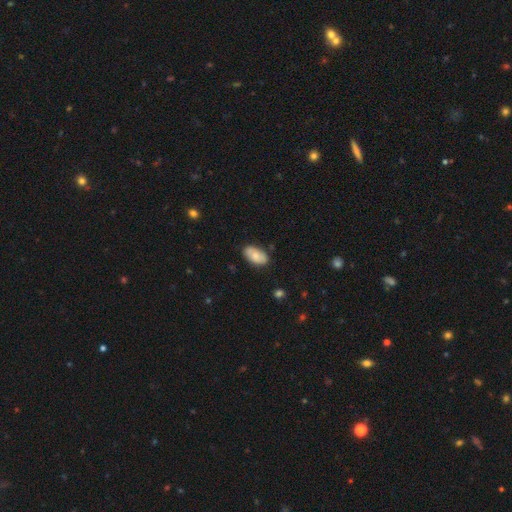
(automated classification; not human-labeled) A smooth galaxy with no disk features (72%) that is in between round and cigar-shaped (94%). Merging: none (80%).